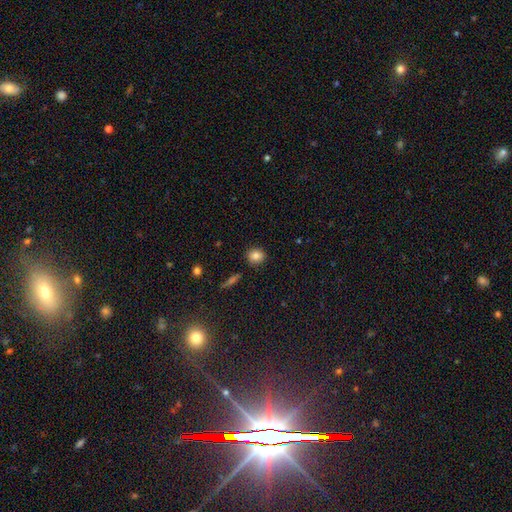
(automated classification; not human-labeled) Smooth or featured: smooth — 83% (star or artifact — 10%)
How rounded: round — 80% (in between — 19%)
Merging: none — 88% (minor disturbance — 8%)